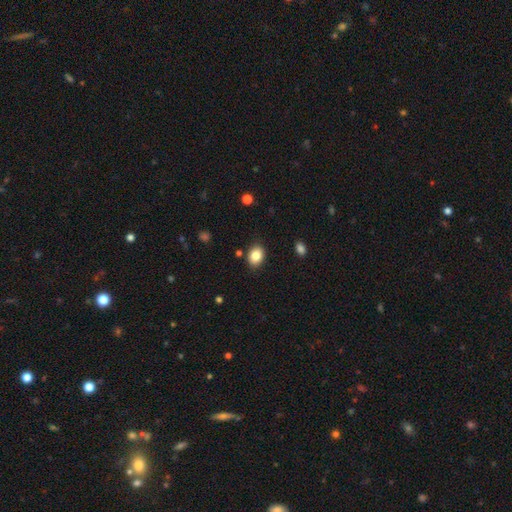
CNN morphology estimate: The model was most divided on "how rounded": in between: 69%, round: 30%, cigar-shaped: 1%. More confident: smooth or featured — smooth (85%); merging — none (85%).